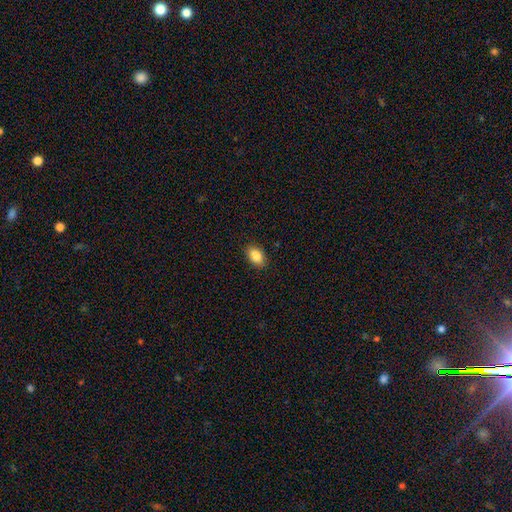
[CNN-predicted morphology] type=smooth (88%); roundness=in between (87%); merging=none (89%).